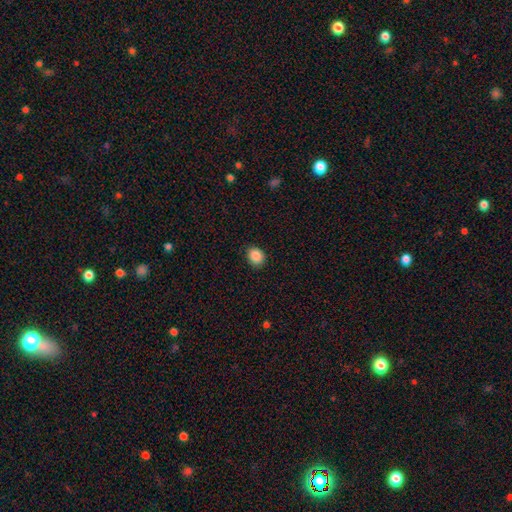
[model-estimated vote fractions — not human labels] Morphology: type=smooth (88%); roundness=round (60%); merging=none (88%).